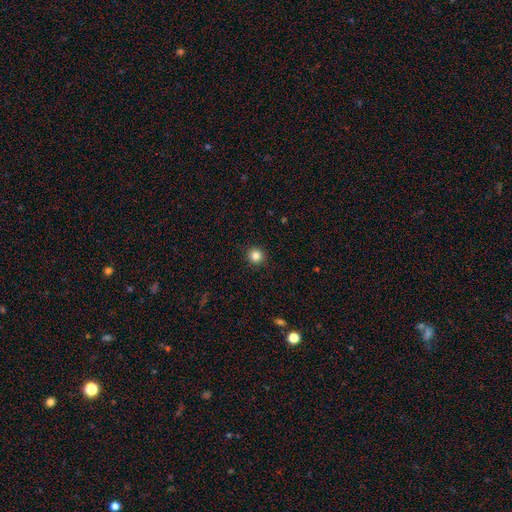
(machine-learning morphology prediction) A smooth galaxy with no disk features (84%) that is round (95%). Merging: none (92%).